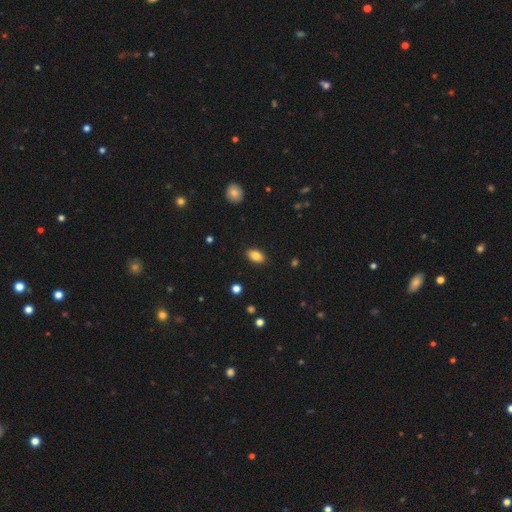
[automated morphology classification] A smooth galaxy with no disk features (85%) that is in between round and cigar-shaped (90%). Merging: none (88%).